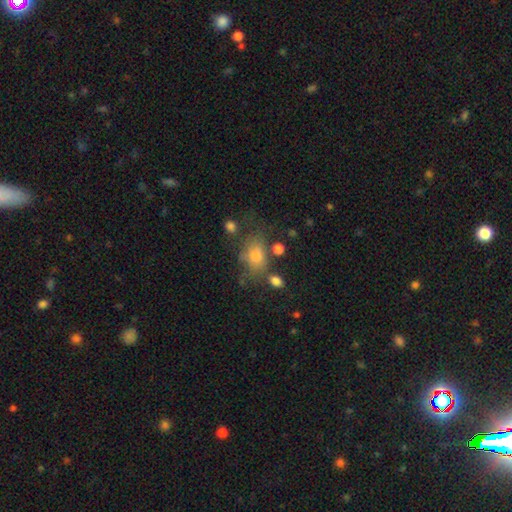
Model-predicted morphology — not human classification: type=smooth (71%); roundness=in between (70%); merging=none (51%).